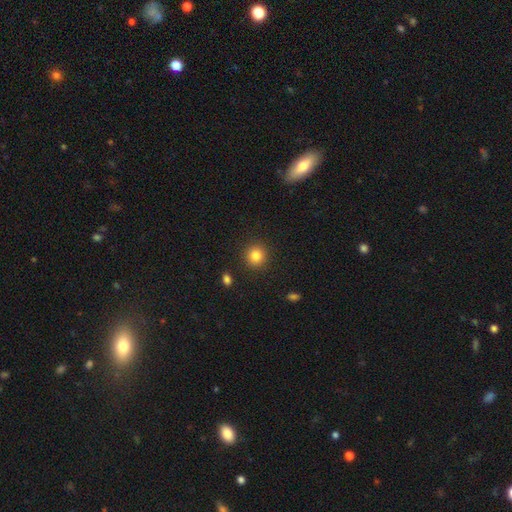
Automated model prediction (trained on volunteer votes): This is clearly a smooth galaxy (84%). How rounded: clearly round (92%). Merging: clearly none (91%).